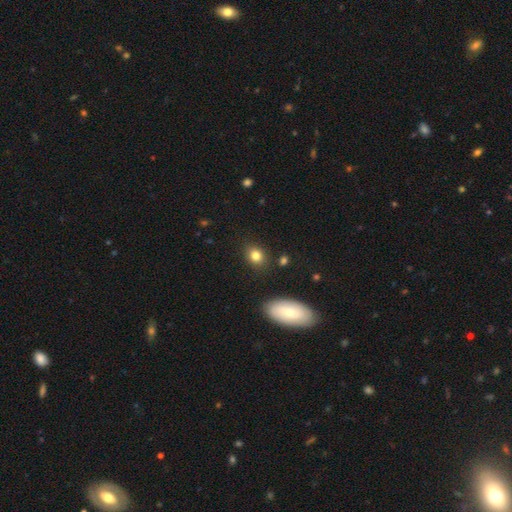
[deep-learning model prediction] This appears to be a smooth galaxy with no disk features (82%) that is in between round and cigar-shaped (51%). Merging: none (84%).